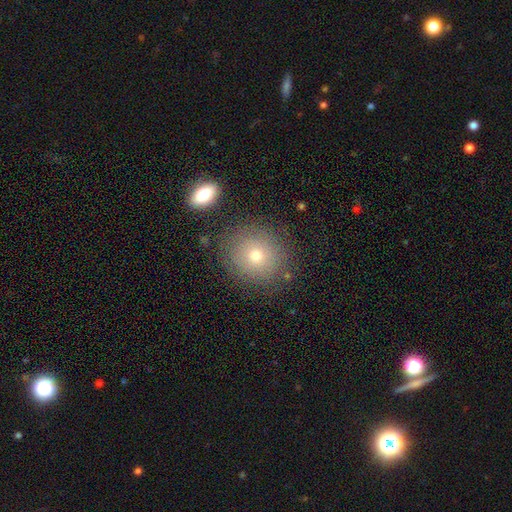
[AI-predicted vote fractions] smooth_or_featured: smooth (p=0.72) [alt: featured or disk p=0.15]
how_rounded: round (p=0.84) [alt: in between p=0.15]
merging: none (p=0.82) [alt: minor disturbance p=0.10]